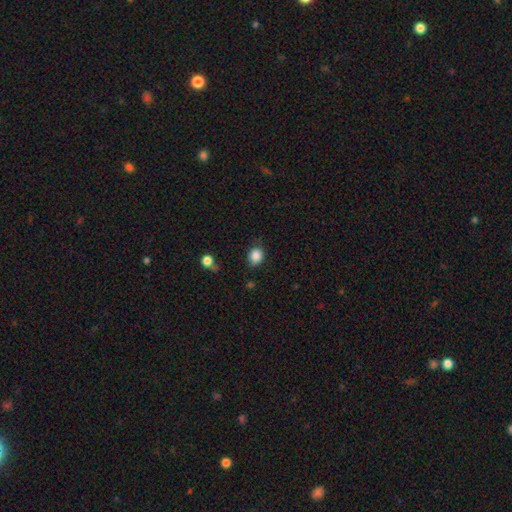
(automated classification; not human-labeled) Morphology: type=smooth (86%); roundness=round (60%); merging=none (76%).